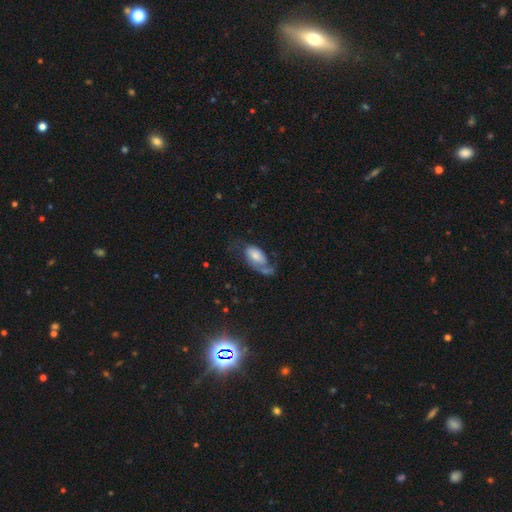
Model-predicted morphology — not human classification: This is possibly a smooth galaxy (55%). How rounded: clearly in between (92%). Merging: marginally major disturbance (37%).